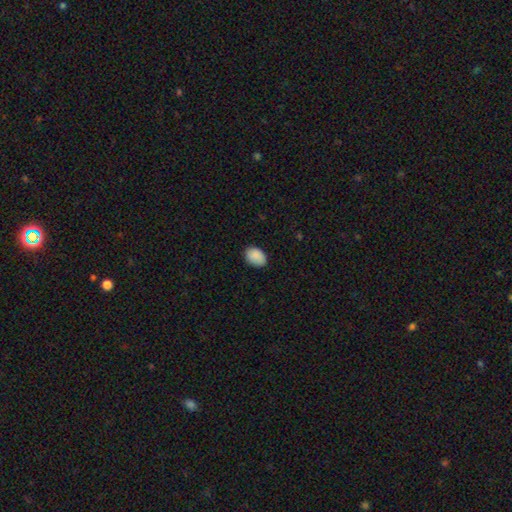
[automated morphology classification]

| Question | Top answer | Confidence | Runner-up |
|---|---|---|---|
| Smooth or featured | smooth | 89% | star or artifact (7%) |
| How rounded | in between | 79% | round (21%) |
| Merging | none | 83% | minor disturbance (14%) |